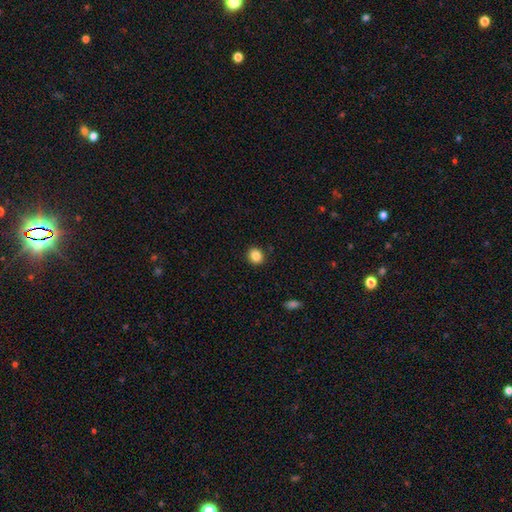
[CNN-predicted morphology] smooth-or-featured: smooth: 86% | star or artifact: 10% | featured or disk: 5%
  how-rounded: round: 77% | in between: 22% | cigar-shaped: 1%
  merging: none: 90% | minor disturbance: 6% | major disturbance: 2% | merger: 1%